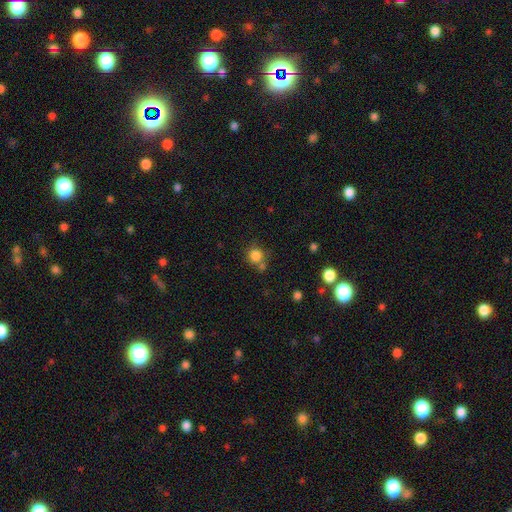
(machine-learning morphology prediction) The model was most divided on "merging": none: 63%, merger: 19%, minor disturbance: 13%, major disturbance: 5%. More confident: how rounded — round (90%); smooth or featured — smooth (82%).